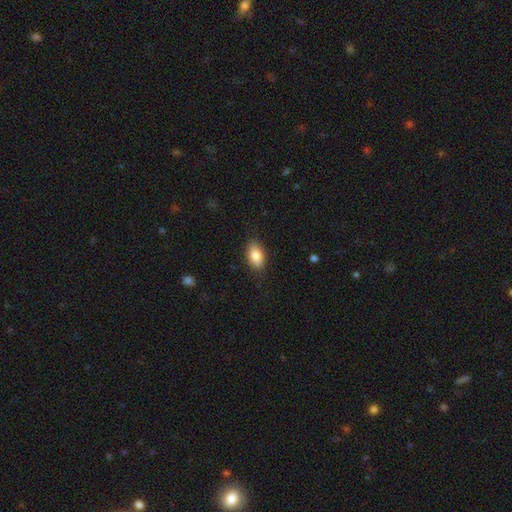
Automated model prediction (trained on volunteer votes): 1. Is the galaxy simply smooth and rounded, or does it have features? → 84% smooth, 9% featured or disk, 7% star or artifact.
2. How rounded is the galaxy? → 90% in between, 7% round, 3% cigar-shaped.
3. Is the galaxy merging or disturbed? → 85% none, 11% minor disturbance, 3% major disturbance, 1% merger.